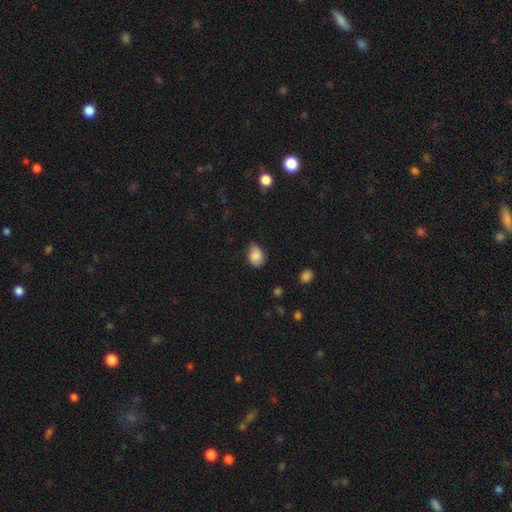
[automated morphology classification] Smooth or featured? Predicted: smooth (p=0.82). How rounded? Predicted: in between (p=0.67). Merging? Predicted: none (p=0.56).